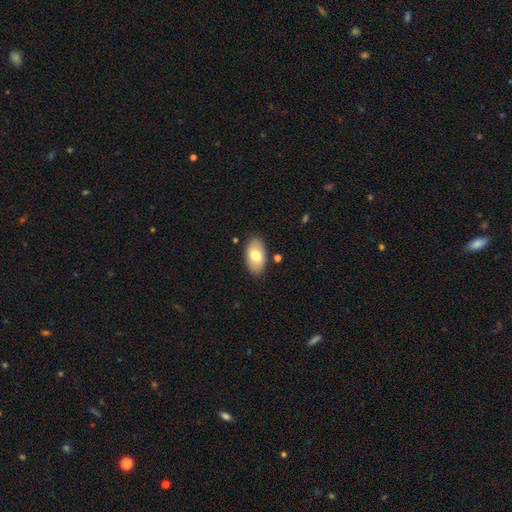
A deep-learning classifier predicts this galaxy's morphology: Smooth or featured?
  - smooth: 71% *
  - featured or disk: 23%
  - star or artifact: 6%
How rounded?
  - in between: 94% *
  - round: 4%
  - cigar-shaped: 2%
Merging?
  - none: 86% *
  - minor disturbance: 10%
  - merger: 2%
  - major disturbance: 2%